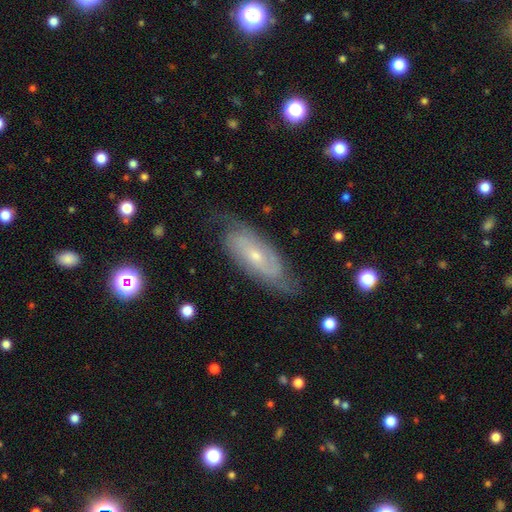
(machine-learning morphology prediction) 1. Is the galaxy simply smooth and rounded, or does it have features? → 77% featured or disk, 17% smooth, 7% star or artifact.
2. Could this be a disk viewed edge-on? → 88% no, 12% yes.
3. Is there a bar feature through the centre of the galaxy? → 59% no, 32% weak, 9% strong.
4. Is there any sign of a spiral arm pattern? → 91% yes, 9% no.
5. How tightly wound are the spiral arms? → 52% tight, 36% medium, 12% loose.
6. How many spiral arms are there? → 53% 2, 31% can't tell, 7% 3, 3% 1, 3% 4, 2% more than 4.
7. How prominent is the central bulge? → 64% small, 33% moderate, 2% none, 1% large, 1% dominant.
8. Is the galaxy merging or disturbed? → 72% none, 19% minor disturbance, 7% major disturbance, 1% merger.